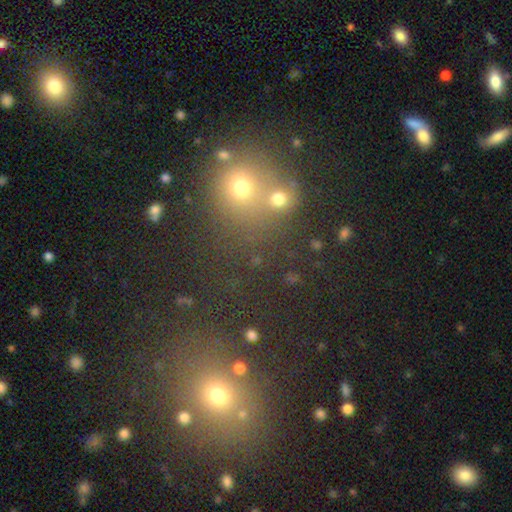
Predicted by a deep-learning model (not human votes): A smooth galaxy with no disk features (53%) that is round (82%).

Vote fractions:
- Smooth or featured? smooth: 53% / star or artifact: 37% / featured or disk: 10%
- How rounded? round: 82% / in between: 16% / cigar-shaped: 2%
- Merging? none: 65% / merger: 21% / minor disturbance: 9% / major disturbance: 5%